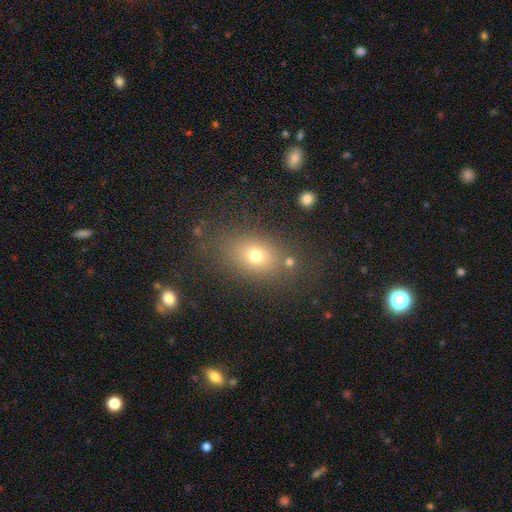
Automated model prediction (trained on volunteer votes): The model was most divided on "how rounded": in between: 67%, round: 30%, cigar-shaped: 2%. More confident: merging — none (77%); smooth or featured — smooth (70%).